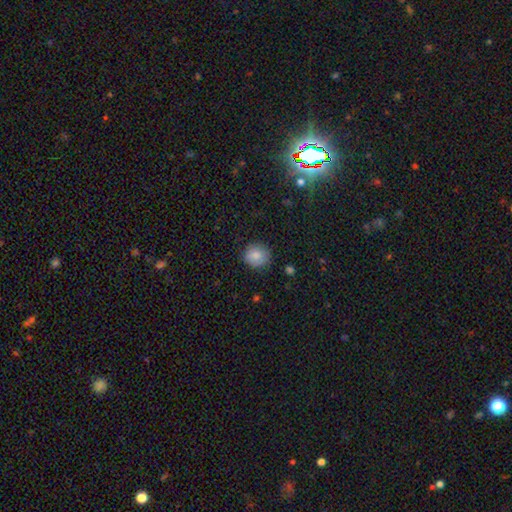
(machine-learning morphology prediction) A smooth galaxy with no disk features (81%) that is round (88%). Merging: none (84%).